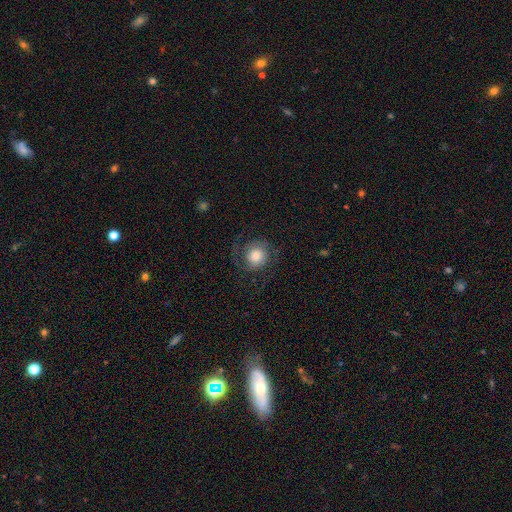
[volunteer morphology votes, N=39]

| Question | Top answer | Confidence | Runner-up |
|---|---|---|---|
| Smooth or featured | featured or disk | 72% | smooth (23%) |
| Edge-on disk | no | 100% | — |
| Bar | no | 93% | weak (7%) |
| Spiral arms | yes | 93% | no (7%) |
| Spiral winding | medium | 38% | tight (31%) |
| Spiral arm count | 2 | 85% | 1 (15%) |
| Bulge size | large | 54% | moderate (32%) |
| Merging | none | 70% | minor disturbance (19%) |